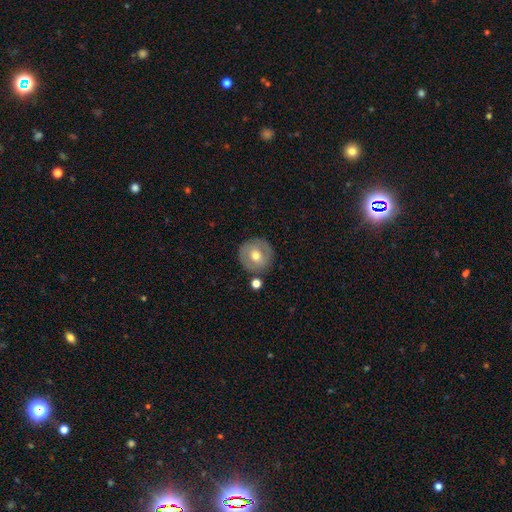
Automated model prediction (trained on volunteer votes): Smooth or featured? Predicted: smooth (p=0.54). How rounded? Predicted: round (p=0.93). Merging? Predicted: none (p=0.82).